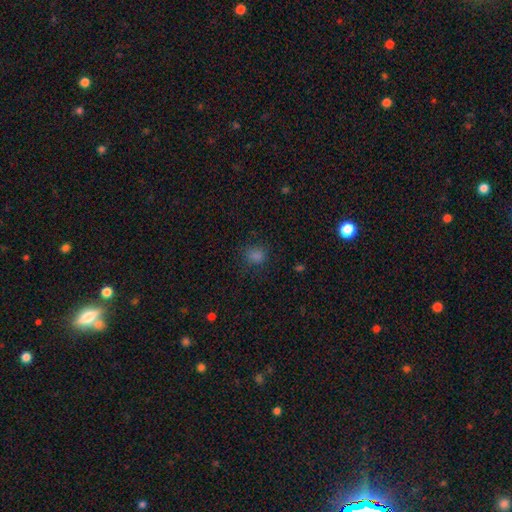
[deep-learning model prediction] A smooth galaxy with no disk features (76%) that is round (74%). Merging: none (81%).